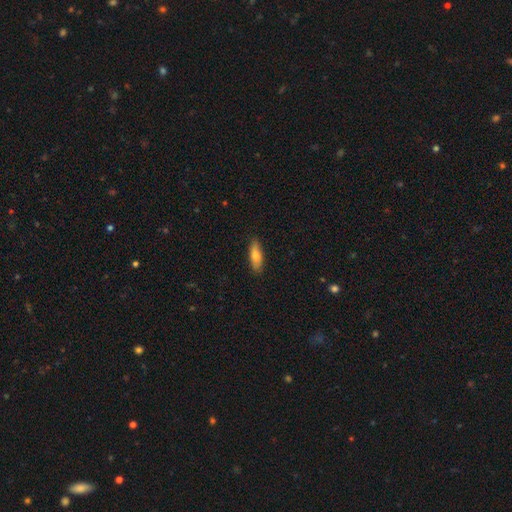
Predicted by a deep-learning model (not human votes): Morphology: type=smooth (76%); roundness=in between (59%); merging=none (85%).